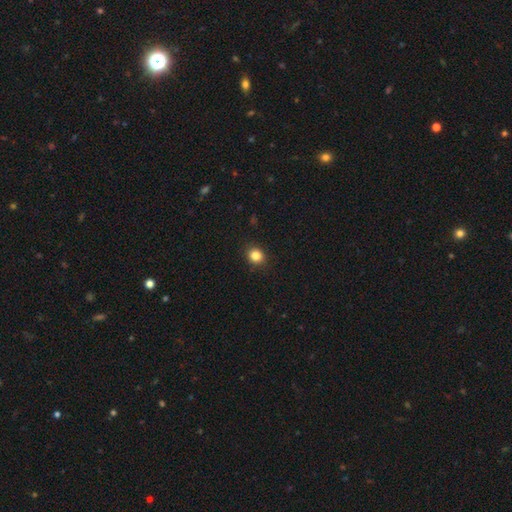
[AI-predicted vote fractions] smooth_or_featured: smooth (p=0.84) [alt: star or artifact p=0.11]
how_rounded: round (p=0.74) [alt: in between p=0.25]
merging: none (p=0.90) [alt: minor disturbance p=0.07]